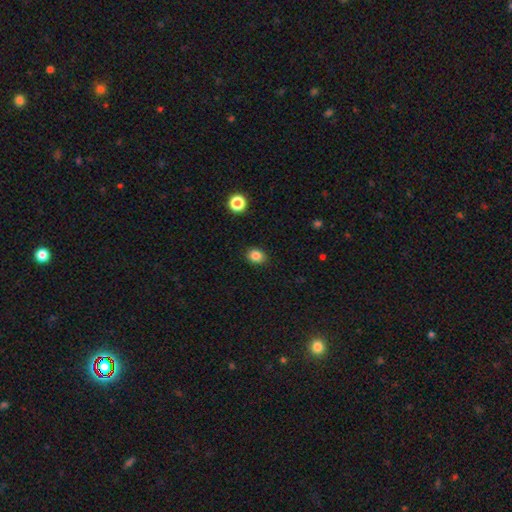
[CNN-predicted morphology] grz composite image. It shows a smooth galaxy with no disk features (84%) that is round (54%). Merging: none (88%).